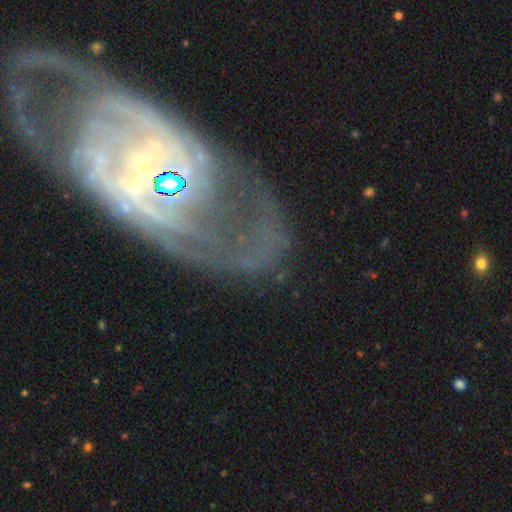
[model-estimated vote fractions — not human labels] featured or disk 80%, star or artifact 10%, smooth 10%. Down the decision tree: edge-on disk — no (94%); bar — no (47%); spiral arms — yes (86%); spiral arm count — 2 (47%); spiral winding — tight (49%); bulge size — small (56%); merging — none (61%).